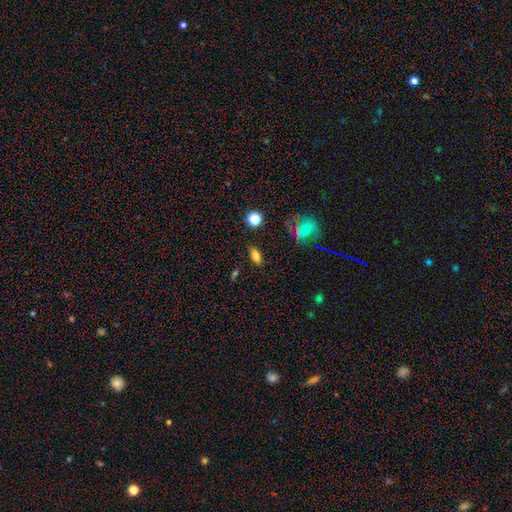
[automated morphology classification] Smooth or featured: smooth — 74% (star or artifact — 14%)
How rounded: in between — 81% (cigar-shaped — 10%)
Merging: none — 86% (minor disturbance — 9%)